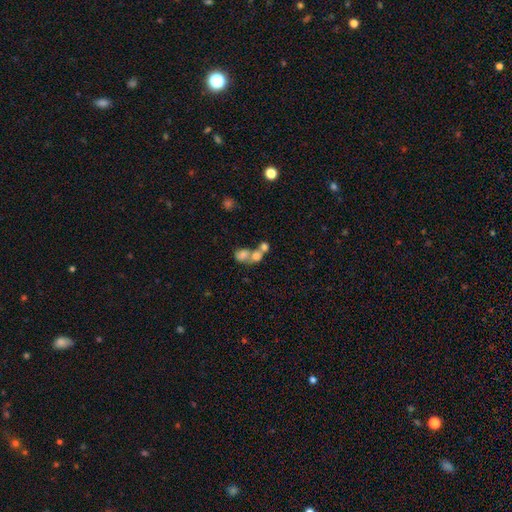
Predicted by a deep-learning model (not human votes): Smooth or featured? Predicted: smooth (p=0.67). How rounded? Predicted: round (p=0.49, tied with in between). Merging? Predicted: merger (p=0.68).